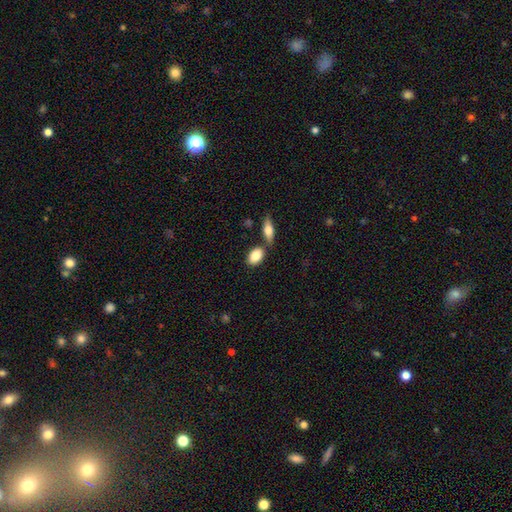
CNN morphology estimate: Smooth or featured? smooth (84%)
How rounded? in between (88%)
Merging? none (67%)